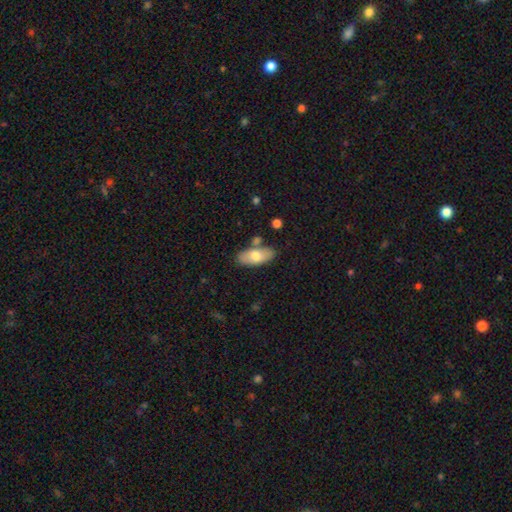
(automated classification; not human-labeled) smooth-or-featured: smooth: 70% | featured or disk: 24% | star or artifact: 6%
  how-rounded: in between: 89% | cigar-shaped: 9% | round: 3%
  merging: none: 76% | minor disturbance: 13% | merger: 8% | major disturbance: 3%